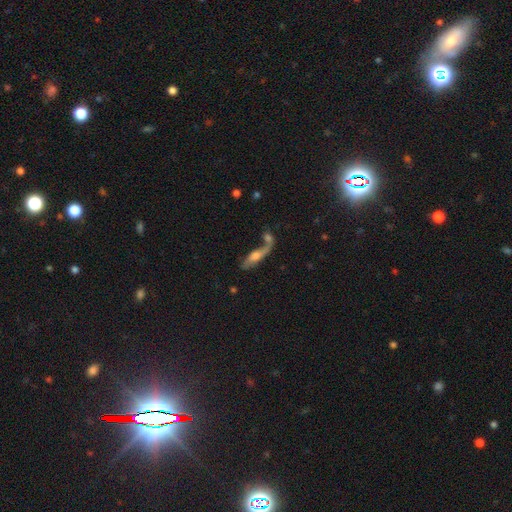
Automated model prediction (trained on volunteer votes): featured or disk 49%, smooth 42%, star or artifact 9%. Down the decision tree: merging — merger (44%).